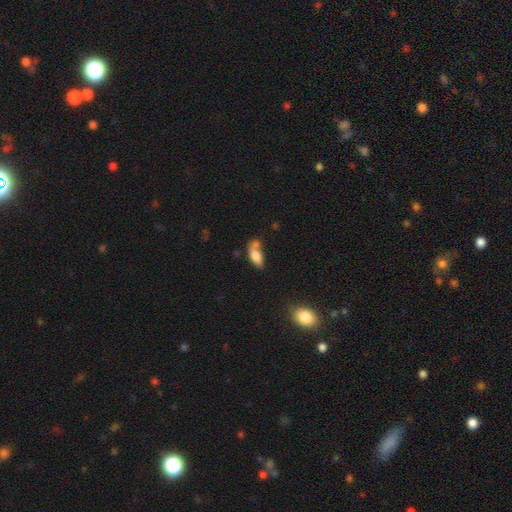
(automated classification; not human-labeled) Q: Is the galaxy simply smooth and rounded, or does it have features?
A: smooth — 78%.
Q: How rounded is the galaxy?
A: in between — 84%.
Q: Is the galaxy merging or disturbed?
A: merger — 37%.